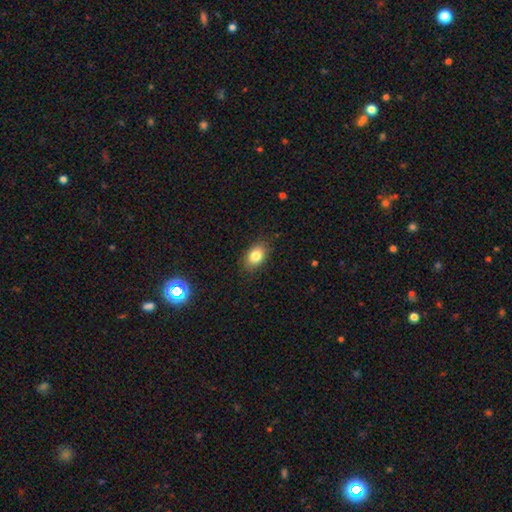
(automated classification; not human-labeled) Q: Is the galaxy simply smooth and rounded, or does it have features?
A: smooth — 83%.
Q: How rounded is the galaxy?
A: in between — 81%.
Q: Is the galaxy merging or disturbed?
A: none — 86%.